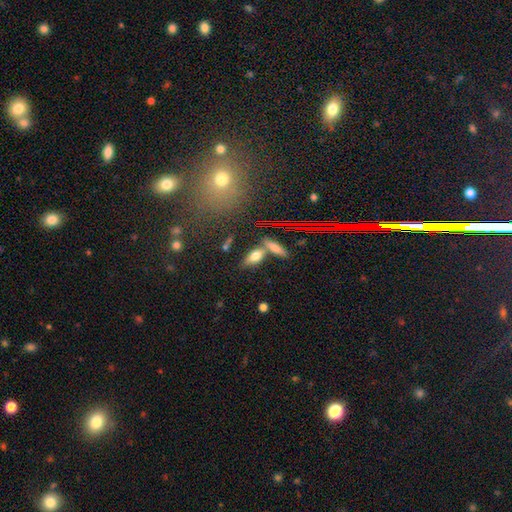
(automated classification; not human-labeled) Smooth or featured? Predicted: smooth (p=0.69). How rounded? Predicted: in between (p=0.74). Merging? Predicted: none (p=0.57).